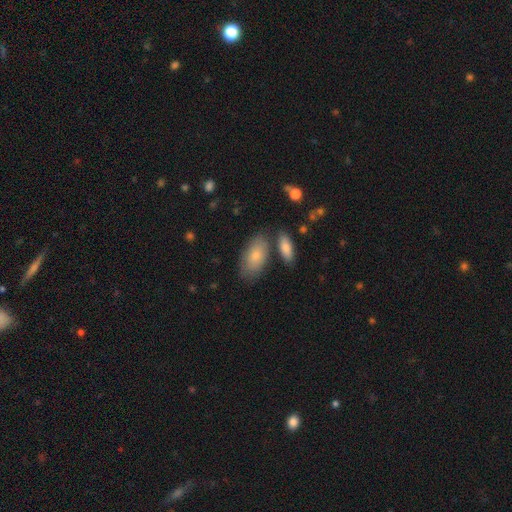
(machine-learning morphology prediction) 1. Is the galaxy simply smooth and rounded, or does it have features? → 78% smooth, 17% featured or disk, 6% star or artifact.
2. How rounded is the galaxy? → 92% in between, 4% round, 4% cigar-shaped.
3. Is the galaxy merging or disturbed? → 68% none, 16% minor disturbance, 12% merger, 4% major disturbance.